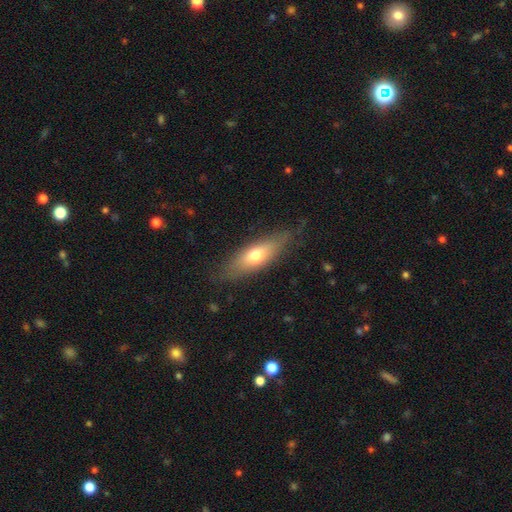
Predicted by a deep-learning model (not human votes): A smooth galaxy with no disk features (63%) that is in between round and cigar-shaped (54%). Merging: none (77%).